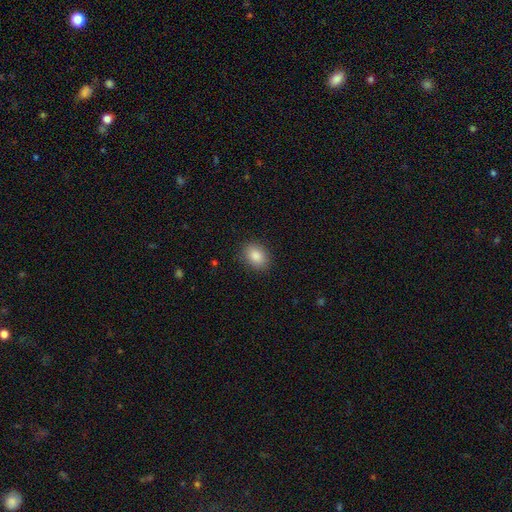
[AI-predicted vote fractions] Q: Smooth or featured?
A: smooth (87%); runner-up: star or artifact (8%)
Q: How rounded?
A: in between (73%); runner-up: round (26%)
Q: Merging?
A: none (88%); runner-up: minor disturbance (9%)